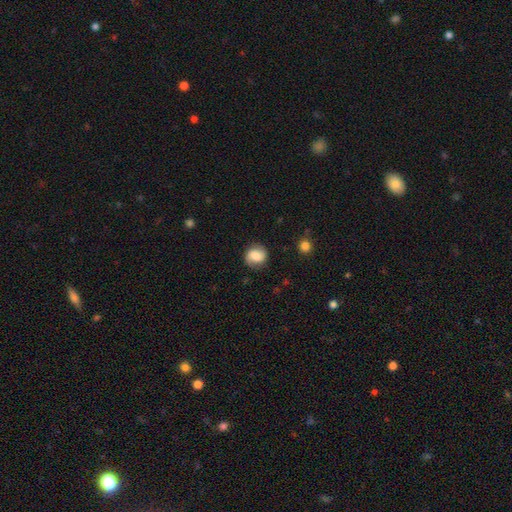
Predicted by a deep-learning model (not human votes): Smooth or featured?
  - smooth: 64% *
  - featured or disk: 27%
  - star or artifact: 9%
How rounded?
  - round: 78% *
  - in between: 21%
  - cigar-shaped: 1%
Merging?
  - none: 80% *
  - minor disturbance: 14%
  - major disturbance: 5%
  - merger: 1%